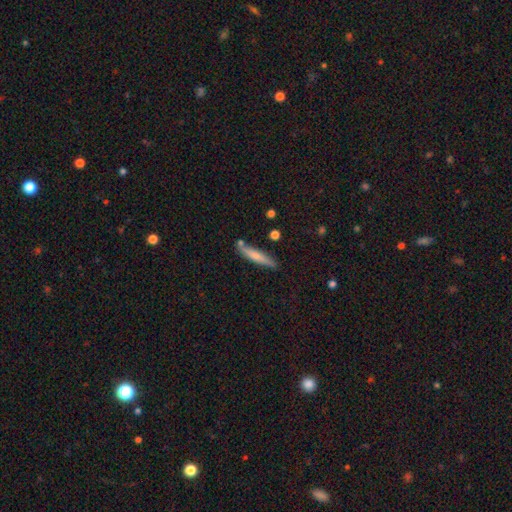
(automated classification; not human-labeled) A smooth galaxy with no disk features (64%) that is cigar-shaped (91%). Merging: none (79%).